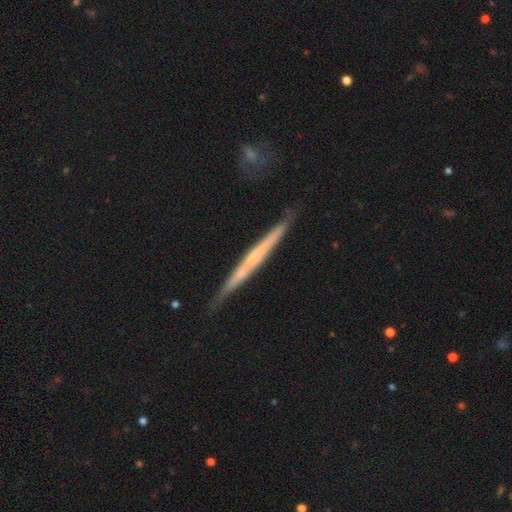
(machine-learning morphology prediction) This appears to be a featured or disk galaxy (61%) viewed edge-on (96%) with no central bulge (78%). Merging: none (83%).